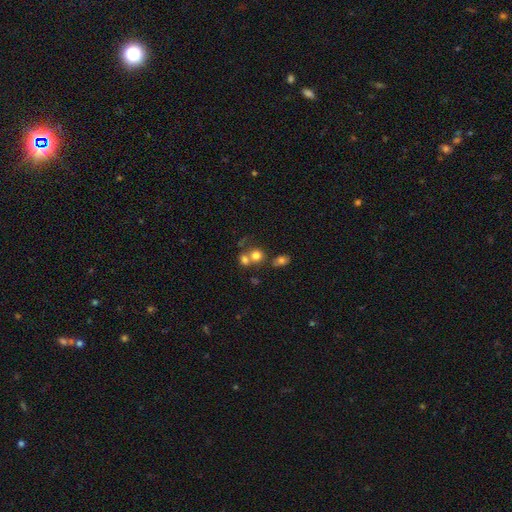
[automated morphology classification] smooth 74%, star or artifact 13%, featured or disk 13%. Down the decision tree: how rounded — round (79%); merging — merger (46%).